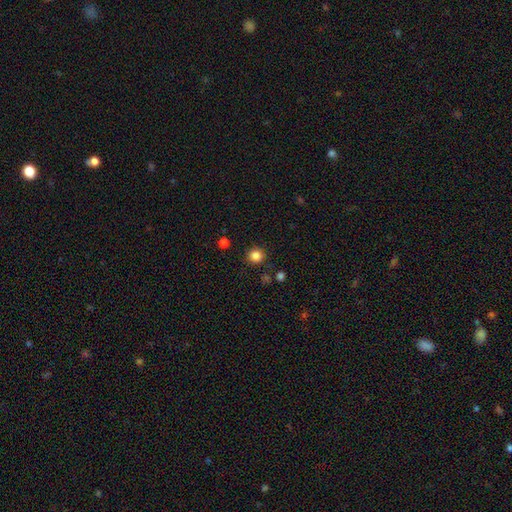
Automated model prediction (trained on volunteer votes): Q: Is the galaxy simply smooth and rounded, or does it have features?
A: smooth — 84%.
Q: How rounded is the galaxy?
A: round — 93%.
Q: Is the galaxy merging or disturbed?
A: none — 89%.